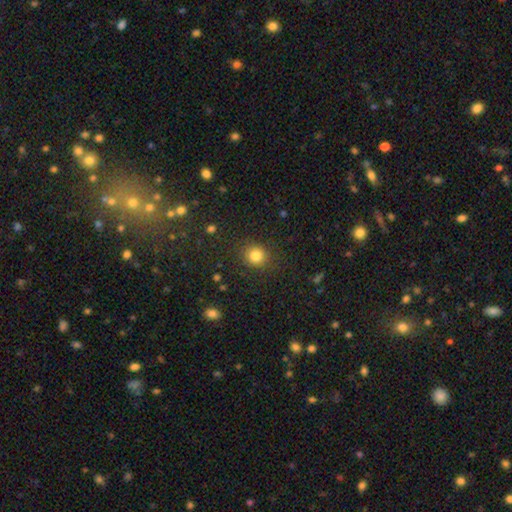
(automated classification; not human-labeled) smooth-or-featured: smooth: 82% | star or artifact: 12% | featured or disk: 5%
  how-rounded: round: 84% | in between: 15% | cigar-shaped: 1%
  merging: none: 87% | minor disturbance: 8% | major disturbance: 3% | merger: 1%